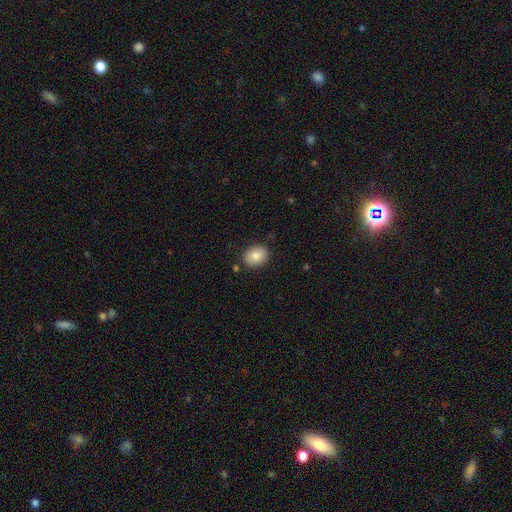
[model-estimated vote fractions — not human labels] This is clearly a smooth galaxy (84%). How rounded: possibly in between (52%). Merging: clearly none (85%).